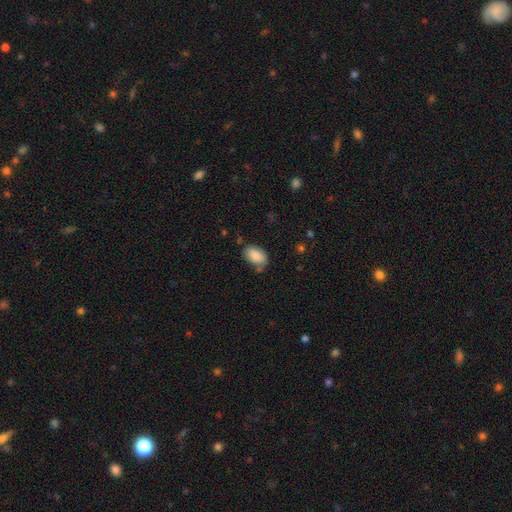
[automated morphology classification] smooth-or-featured: smooth: 87% | star or artifact: 7% | featured or disk: 6%
  how-rounded: in between: 91% | round: 8% | cigar-shaped: 1%
  merging: none: 67% | minor disturbance: 23% | merger: 5% | major disturbance: 5%